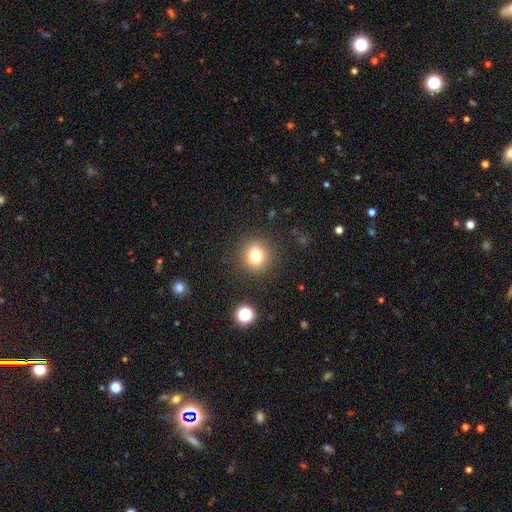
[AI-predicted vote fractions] A smooth galaxy with no disk features (77%) that is round (88%). Merging: none (88%).